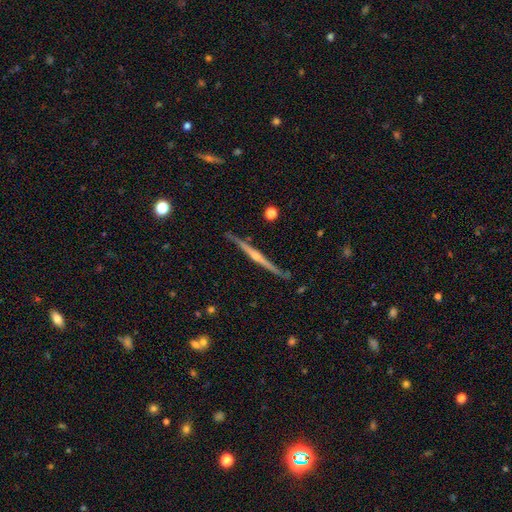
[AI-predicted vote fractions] This appears to be a featured or disk galaxy (81%) viewed edge-on (98%) with a rounded central bulge (80%). Merging: none (90%).